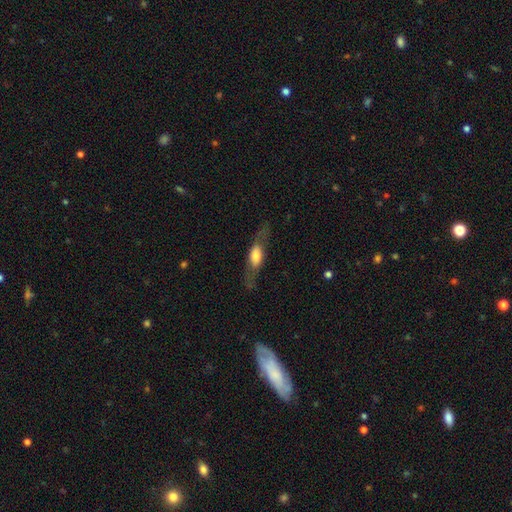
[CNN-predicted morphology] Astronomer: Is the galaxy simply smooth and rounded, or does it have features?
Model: featured or disk — 49% (runner-up: smooth, 45%).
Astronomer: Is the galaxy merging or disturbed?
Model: none — 73%.